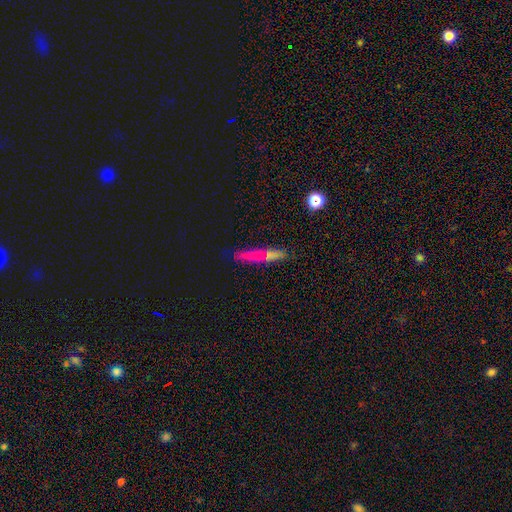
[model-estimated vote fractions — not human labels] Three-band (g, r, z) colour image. It shows a smooth galaxy with no disk features (62%) that is cigar-shaped (90%). Merging: none (79%).